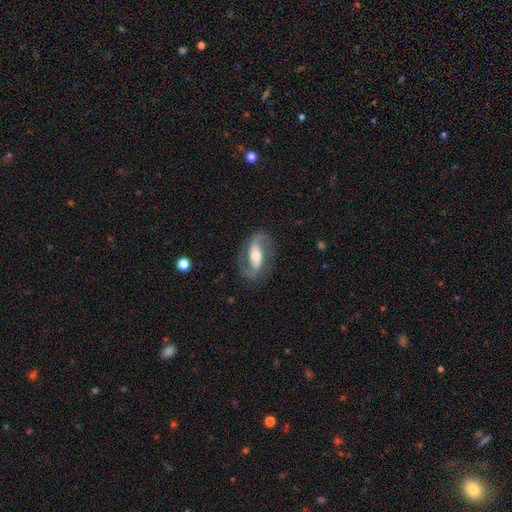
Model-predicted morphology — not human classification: type=featured or disk (81%); edge-on=no (94%); bar=strong (39%); spiral arms=yes (91%); winding=medium (45%); arm count=2 (88%); bulge=moderate (64%); merging=none (76%).